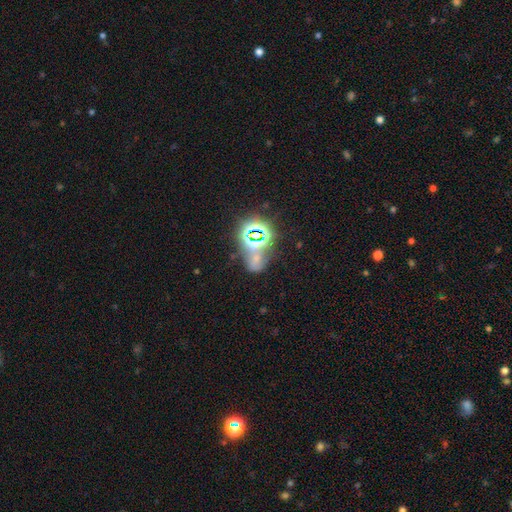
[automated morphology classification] type=star or artifact (58%).